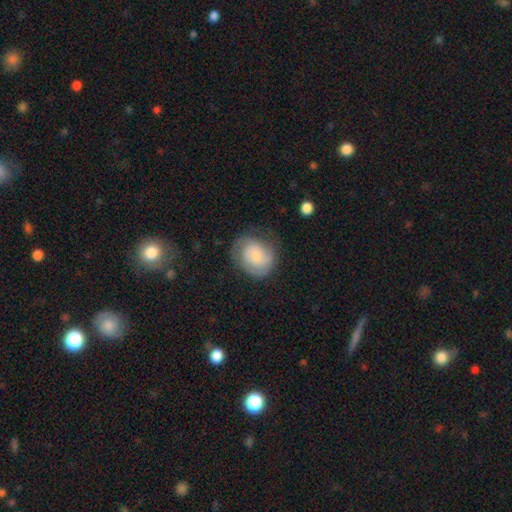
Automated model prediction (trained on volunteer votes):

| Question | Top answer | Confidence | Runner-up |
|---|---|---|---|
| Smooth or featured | featured or disk | 56% | smooth (37%) |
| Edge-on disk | no | 98% | yes (2%) |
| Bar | no | 67% | weak (29%) |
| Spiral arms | yes | 89% | no (11%) |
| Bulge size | small | 59% | moderate (23%) |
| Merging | none | 67% | minor disturbance (21%) |